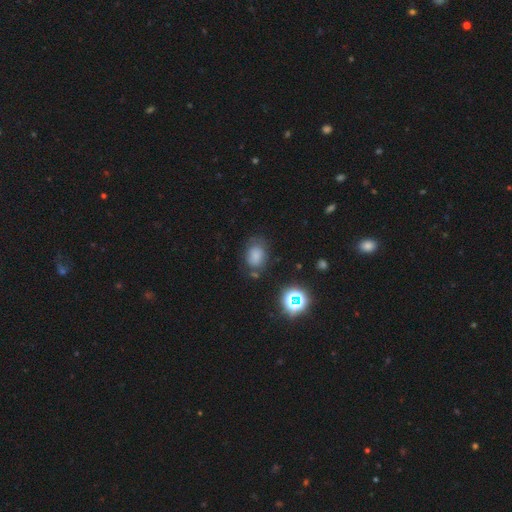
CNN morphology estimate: type=smooth (72%); roundness=in between (69%); merging=none (61%).